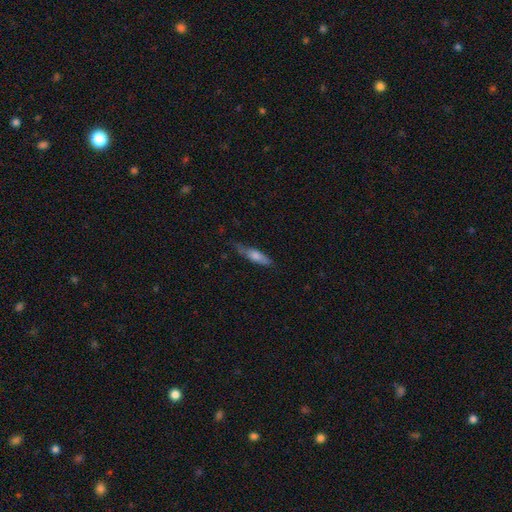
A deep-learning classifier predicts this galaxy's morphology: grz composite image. It shows a smooth galaxy with no disk features (58%) that is cigar-shaped (72%). Merging: none (67%).